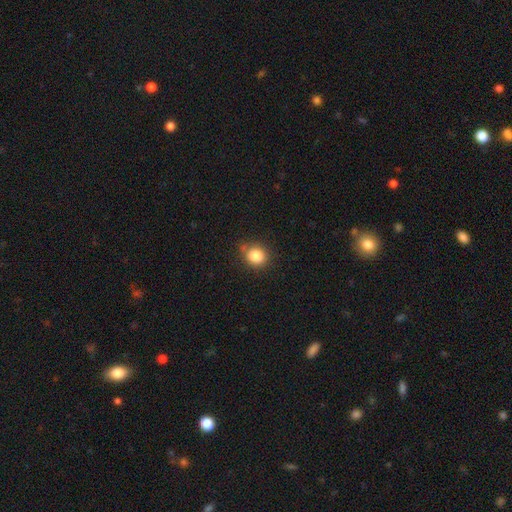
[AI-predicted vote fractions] Smooth or featured? smooth (85%)
How rounded? round (77%)
Merging? none (75%)